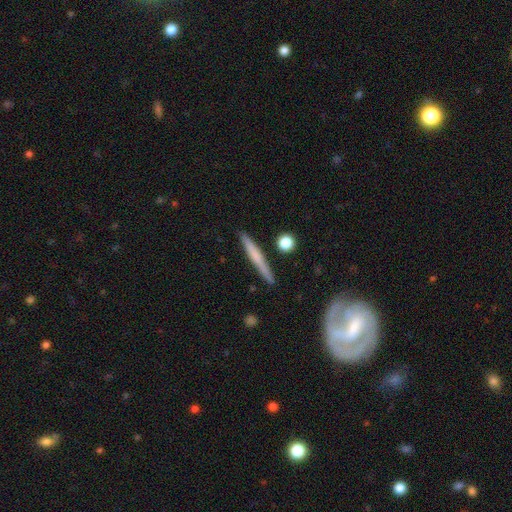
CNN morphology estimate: Smooth or featured: smooth — 51% (featured or disk — 43%)
How rounded: cigar-shaped — 95% (in between — 3%)
Merging: none — 89% (minor disturbance — 7%)